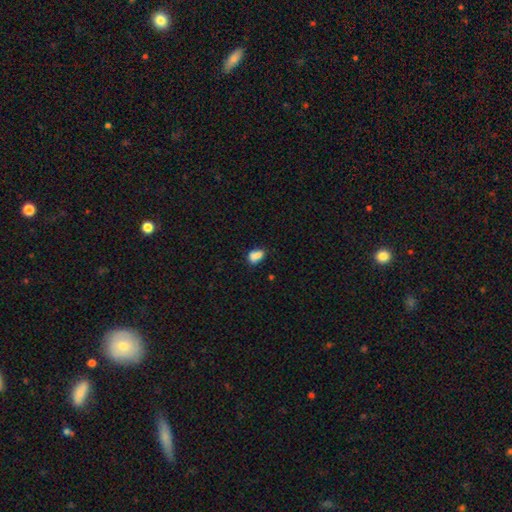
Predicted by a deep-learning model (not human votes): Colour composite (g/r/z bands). It shows a smooth galaxy with no disk features (79%) that is in between round and cigar-shaped (76%). Merging: none (44%).